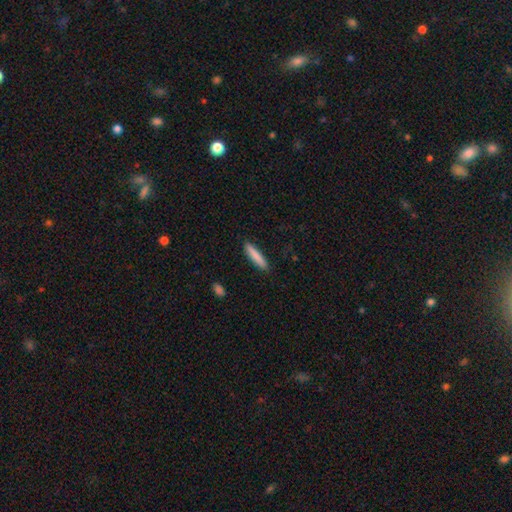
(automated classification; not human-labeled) Morphology: type=smooth (84%); roundness=cigar-shaped (89%); merging=none (90%).